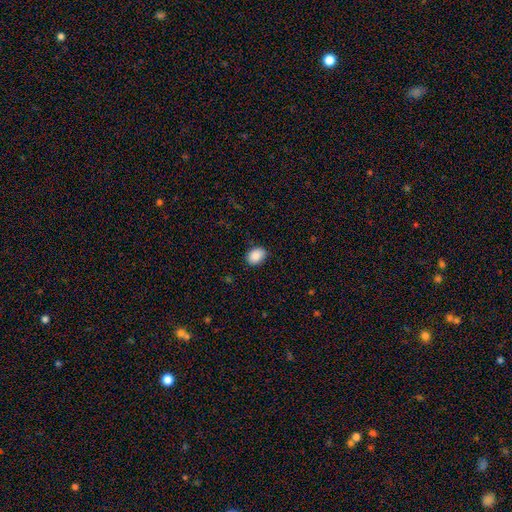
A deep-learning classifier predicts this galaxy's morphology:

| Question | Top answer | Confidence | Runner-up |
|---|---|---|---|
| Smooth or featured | smooth | 89% | star or artifact (8%) |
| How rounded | in between | 70% | round (29%) |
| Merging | none | 85% | minor disturbance (11%) |